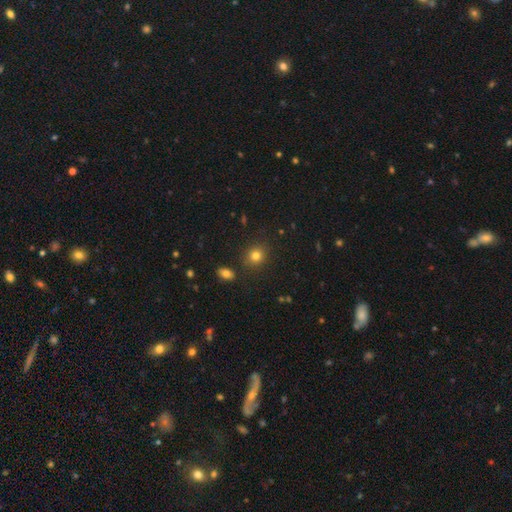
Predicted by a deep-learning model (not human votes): A smooth galaxy with no disk features (80%) that is round (81%). Merging: none (86%).